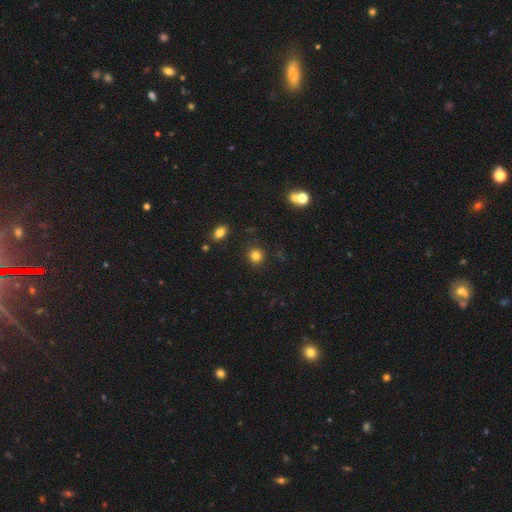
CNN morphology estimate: smooth-or-featured: smooth: 83% | star or artifact: 13% | featured or disk: 5%
  how-rounded: round: 90% | in between: 9% | cigar-shaped: 1%
  merging: none: 89% | minor disturbance: 7% | major disturbance: 2% | merger: 2%